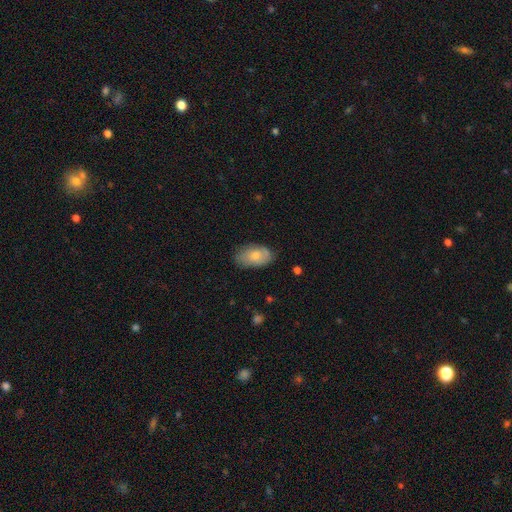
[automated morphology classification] The model was most divided on "merging": none: 70%, minor disturbance: 24%, major disturbance: 5%, merger: 1%. More confident: how rounded — in between (92%); smooth or featured — smooth (72%).